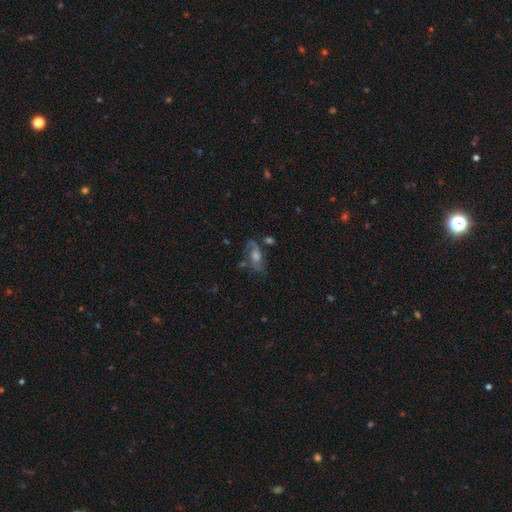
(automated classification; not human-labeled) A featured or disk galaxy (64%) with no bar (62%), spiral arms (78%) and a moderate central bulge (51%). Merging: none (60%).